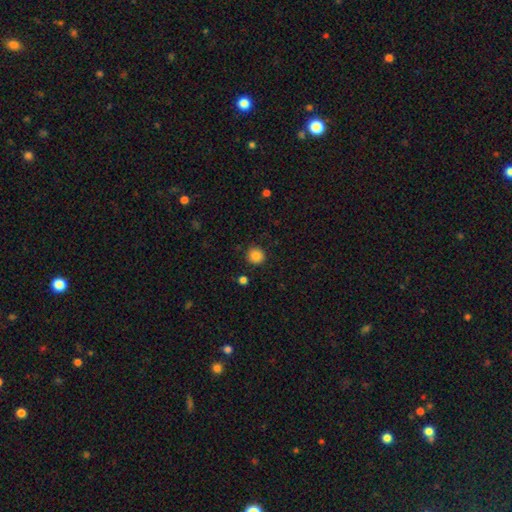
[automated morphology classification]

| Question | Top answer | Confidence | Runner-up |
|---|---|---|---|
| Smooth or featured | smooth | 84% | star or artifact (10%) |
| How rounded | round | 93% | in between (6%) |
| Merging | none | 90% | minor disturbance (7%) |